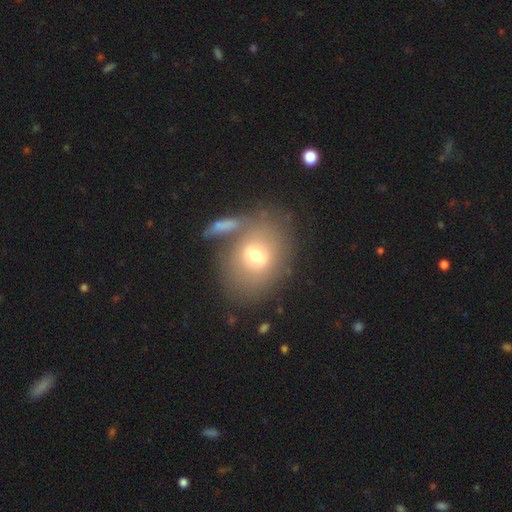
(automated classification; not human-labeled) Smooth or featured? smooth (60%)
How rounded? in between (50%)
Merging? none (53%)